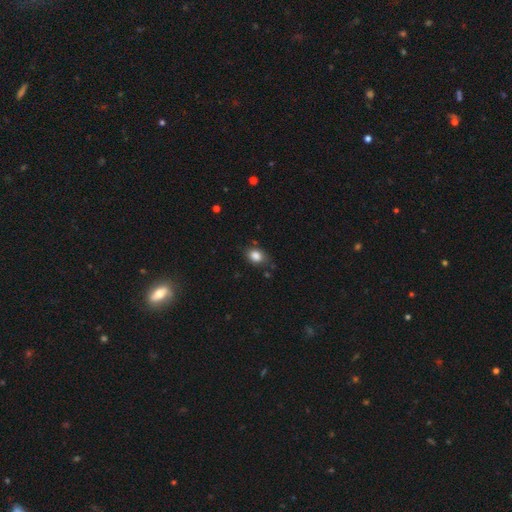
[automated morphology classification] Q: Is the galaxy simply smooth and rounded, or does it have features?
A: smooth — 85%.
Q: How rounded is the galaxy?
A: in between — 65%.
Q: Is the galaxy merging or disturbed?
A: none — 73%.